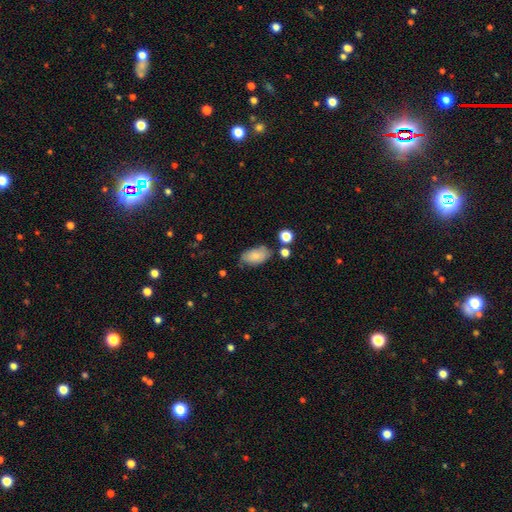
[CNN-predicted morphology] This appears to be a smooth galaxy with no disk features (81%) that is in between round and cigar-shaped (92%). Merging: none (66%).